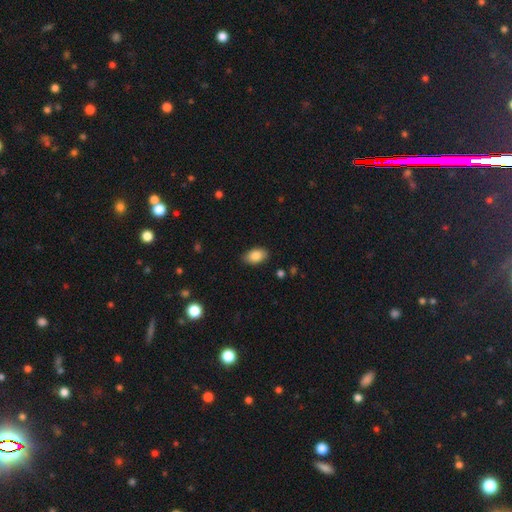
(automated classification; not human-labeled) Smooth or featured: smooth — 85% (star or artifact — 7%)
How rounded: in between — 92% (round — 7%)
Merging: none — 87% (minor disturbance — 10%)